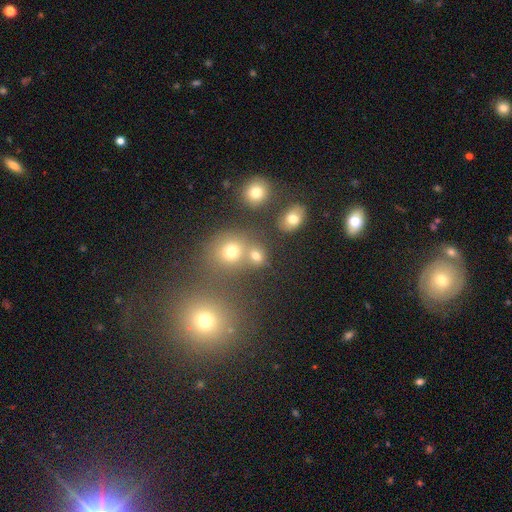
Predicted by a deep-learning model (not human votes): smooth 71%, star or artifact 19%, featured or disk 9%. Down the decision tree: how rounded — round (72%); merging — none (60%).